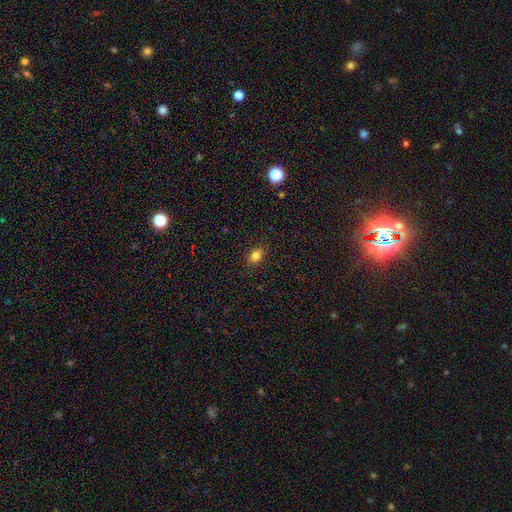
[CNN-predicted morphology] Smooth or featured? smooth (82%)
How rounded? in between (60%)
Merging? none (88%)